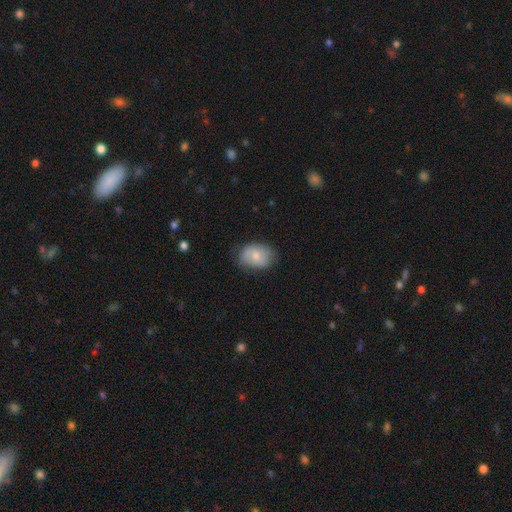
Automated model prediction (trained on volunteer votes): A smooth galaxy with no disk features (66%) that is in between round and cigar-shaped (73%). Merging: none (67%).